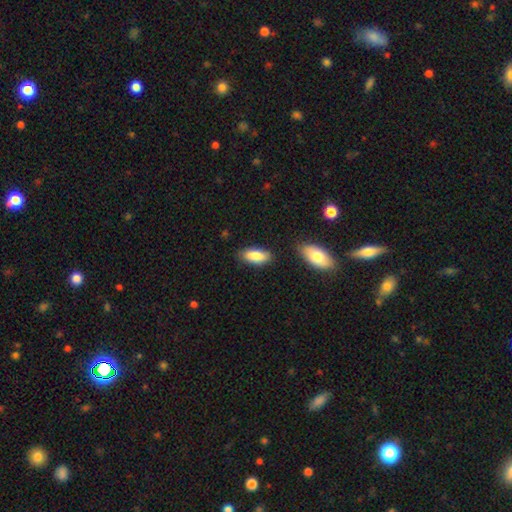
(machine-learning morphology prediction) A smooth galaxy with no disk features (85%) that is in between round and cigar-shaped (86%). Merging: none (79%).